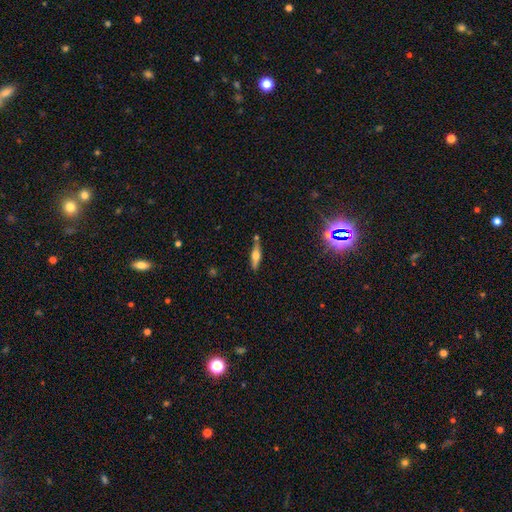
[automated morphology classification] A featured or disk galaxy (52%) viewed edge-on (92%).

Vote fractions:
- Smooth or featured? featured or disk: 52% / smooth: 40% / star or artifact: 8%
- Edge-on disk? yes: 92% / no: 8%
- Merging? none: 77% / minor disturbance: 13% / merger: 7% / major disturbance: 3%